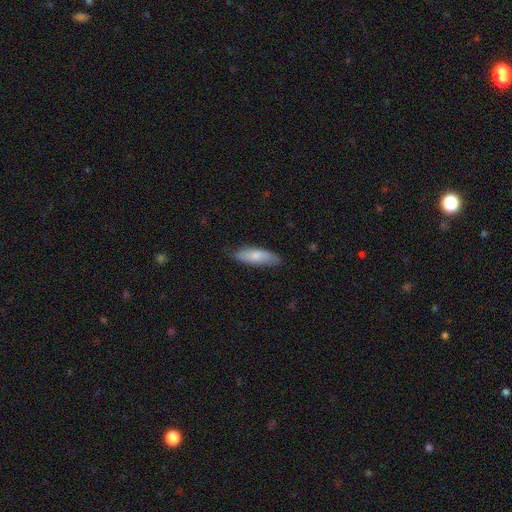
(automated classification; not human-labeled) Smooth or featured? smooth (76%)
How rounded? in between (52%)
Merging? none (79%)